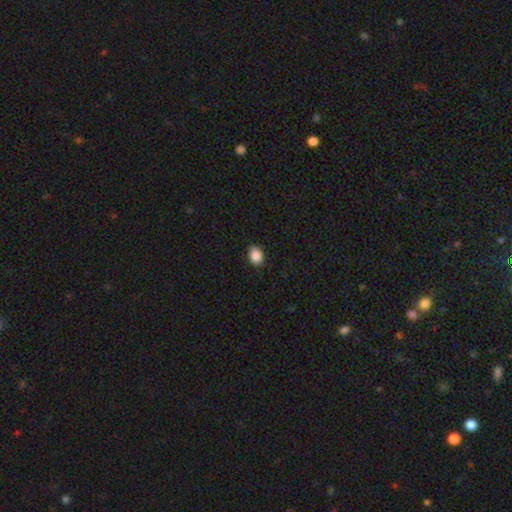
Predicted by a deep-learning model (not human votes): This is clearly a smooth galaxy (89%). How rounded: likely in between (72%). Merging: clearly none (87%).